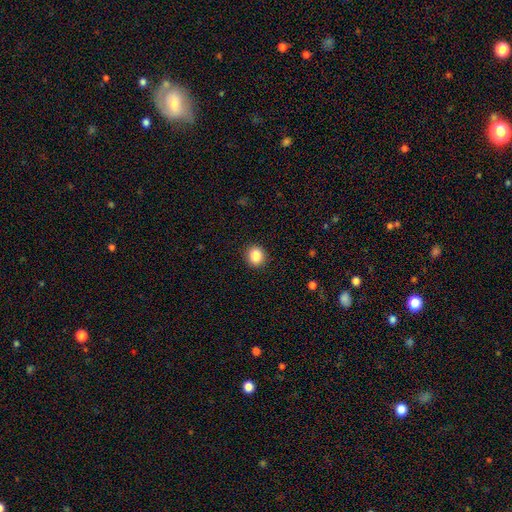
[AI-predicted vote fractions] smooth-or-featured: smooth: 87% | star or artifact: 9% | featured or disk: 4%
  how-rounded: round: 74% | in between: 25% | cigar-shaped: 1%
  merging: none: 91% | minor disturbance: 6% | major disturbance: 2% | merger: 1%